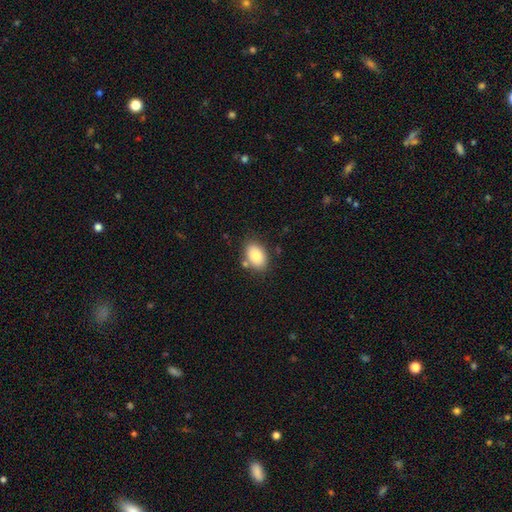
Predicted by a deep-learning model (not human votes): Morphology: type=smooth (84%); roundness=in between (87%); merging=none (76%).